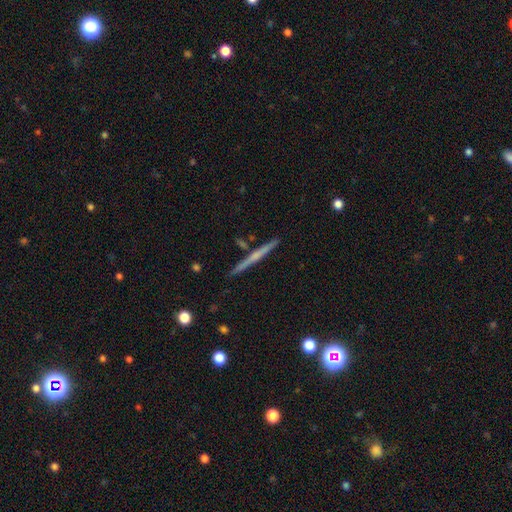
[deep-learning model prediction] smooth-or-featured: featured or disk: 59% | smooth: 34% | star or artifact: 6%
  disk-edge-on: yes: 98% | no: 2%
    edge-on-bulge: none: 63% | rounded: 31% | boxy: 6%
  merging: none: 88% | minor disturbance: 7% | merger: 3% | major disturbance: 2%